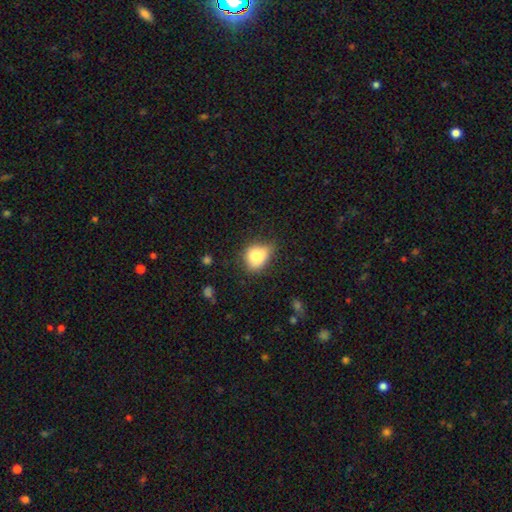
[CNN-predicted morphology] Smooth or featured: smooth — 80% (featured or disk — 11%)
How rounded: round — 49% (tied with in between — 49%)
Merging: none — 53% (minor disturbance — 35%)